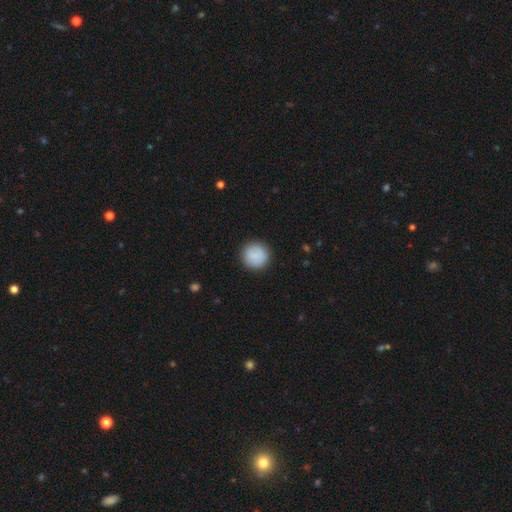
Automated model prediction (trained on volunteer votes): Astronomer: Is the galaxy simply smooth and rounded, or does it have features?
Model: smooth — 86%.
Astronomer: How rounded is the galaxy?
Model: round — 94%.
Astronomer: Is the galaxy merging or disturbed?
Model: none — 91%.